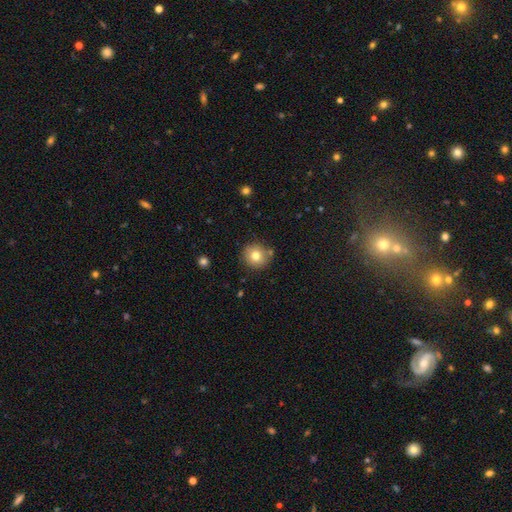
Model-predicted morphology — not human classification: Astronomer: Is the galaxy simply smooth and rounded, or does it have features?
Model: smooth — 76%.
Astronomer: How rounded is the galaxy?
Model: round — 92%.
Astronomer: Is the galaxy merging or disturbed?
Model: none — 83%.